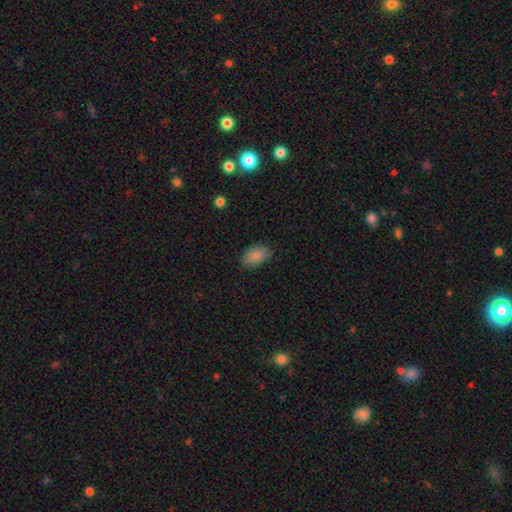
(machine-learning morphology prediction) Overall: smooth (87%). How rounded: in between (91%). Merging: none (81%).